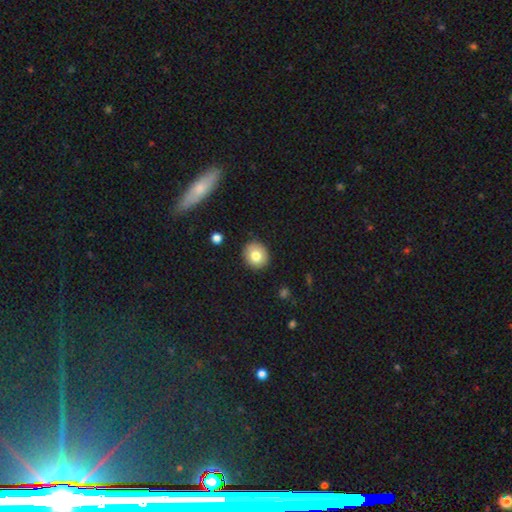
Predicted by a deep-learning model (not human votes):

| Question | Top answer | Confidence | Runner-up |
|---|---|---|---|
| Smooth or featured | smooth | 78% | featured or disk (13%) |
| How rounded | round | 83% | in between (16%) |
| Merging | none | 88% | minor disturbance (8%) |